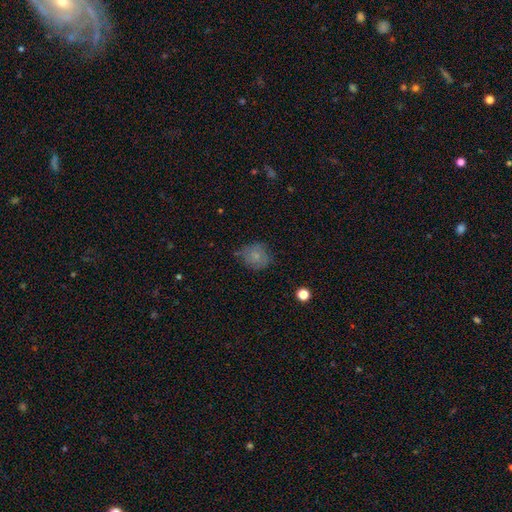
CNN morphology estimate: type=smooth (70%); roundness=round (78%); merging=none (67%).